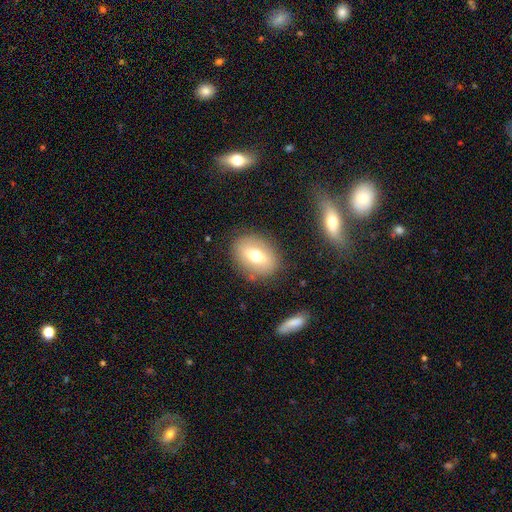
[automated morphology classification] type=smooth (60%); roundness=in between (67%); merging=none (82%).